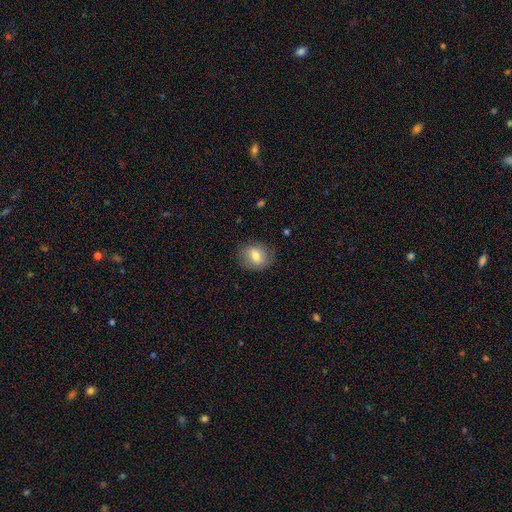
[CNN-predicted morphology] A smooth galaxy with no disk features (69%) that is round (55%).

Vote fractions:
- Smooth or featured? smooth: 69% / featured or disk: 23% / star or artifact: 9%
- How rounded? round: 55% / in between: 44% / cigar-shaped: 1%
- Merging? none: 76% / minor disturbance: 18% / major disturbance: 5% / merger: 1%